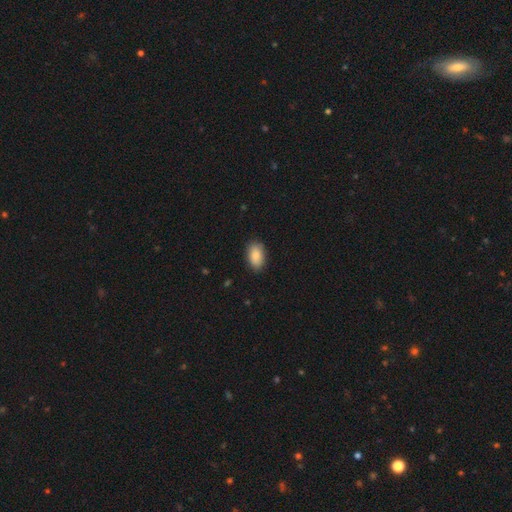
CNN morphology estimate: smooth-or-featured: smooth: 88% | star or artifact: 7% | featured or disk: 5%
  how-rounded: in between: 93% | round: 5% | cigar-shaped: 2%
  merging: none: 85% | minor disturbance: 11% | major disturbance: 2% | merger: 1%